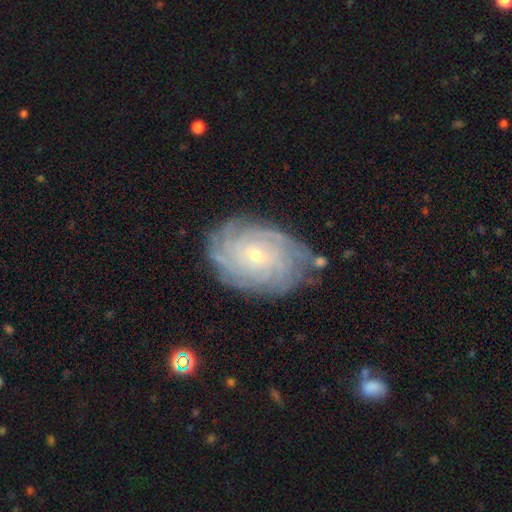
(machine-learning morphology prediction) smooth_or_featured: featured or disk (p=0.86) [alt: smooth p=0.07]
disk_edge_on: no (p=0.97) [alt: yes p=0.03]
bar: no (p=0.72) [alt: weak p=0.22]
has_spiral_arms: yes (p=0.97) [alt: no p=0.03]
spiral_winding: tight (p=0.83) [alt: medium p=0.14]
spiral_arm_count: more than 4 (p=0.28) [alt: can't tell p=0.26]
bulge_size: small (p=0.76) [alt: moderate p=0.21]
merging: none (p=0.80) [alt: minor disturbance p=0.15]